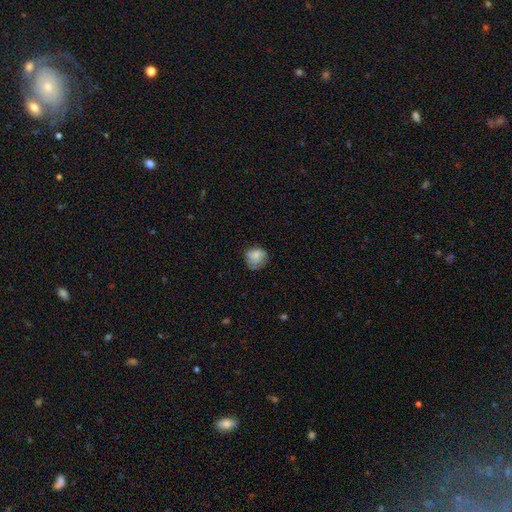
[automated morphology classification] Smooth or featured? smooth (73%)
How rounded? round (73%)
Merging? none (60%)